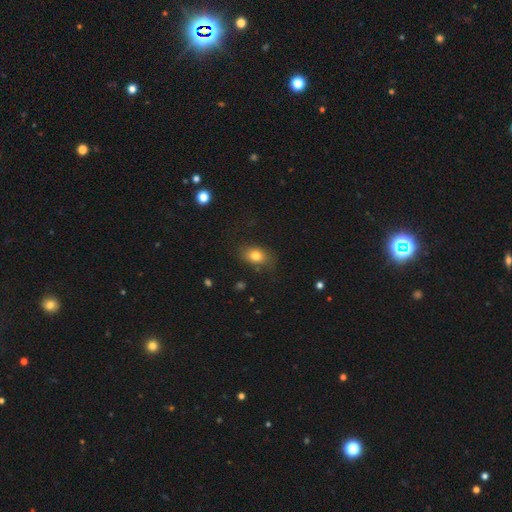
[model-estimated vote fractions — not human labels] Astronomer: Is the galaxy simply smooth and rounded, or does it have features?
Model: smooth — 79%.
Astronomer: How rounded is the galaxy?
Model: in between — 73%.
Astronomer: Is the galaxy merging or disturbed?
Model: none — 74%.